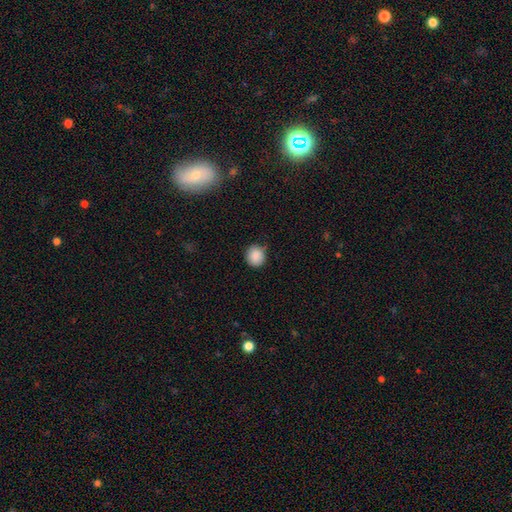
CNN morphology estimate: Smooth or featured: smooth — 89% (star or artifact — 8%)
How rounded: round — 85% (in between — 14%)
Merging: none — 80% (minor disturbance — 15%)